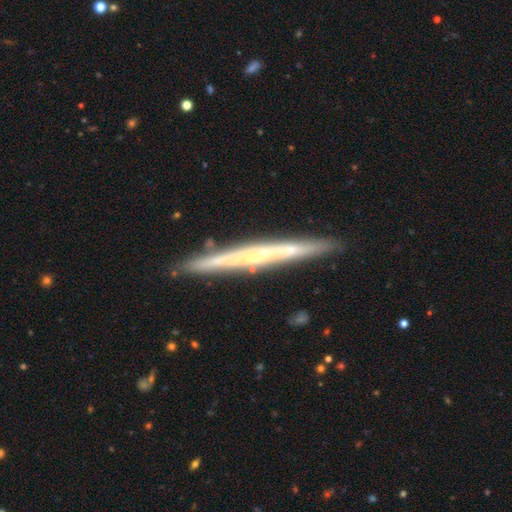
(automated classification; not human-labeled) This appears to be a featured or disk galaxy (73%) viewed edge-on (97%) with no central bulge (70%). Merging: none (90%).